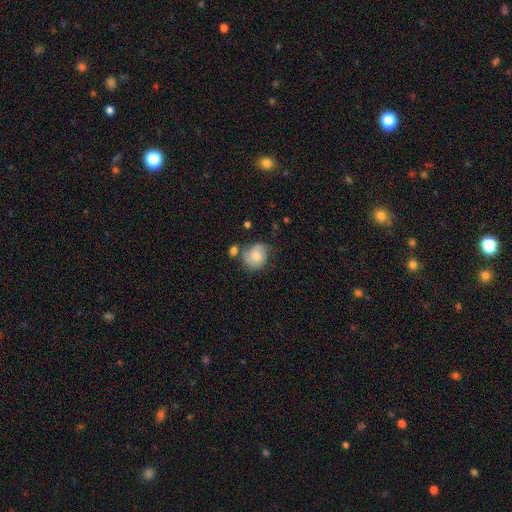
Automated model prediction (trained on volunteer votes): smooth_or_featured: smooth (p=0.70) [alt: featured or disk p=0.22]
how_rounded: round (p=0.66) [alt: in between p=0.33]
merging: none (p=0.48) [alt: minor disturbance p=0.28]